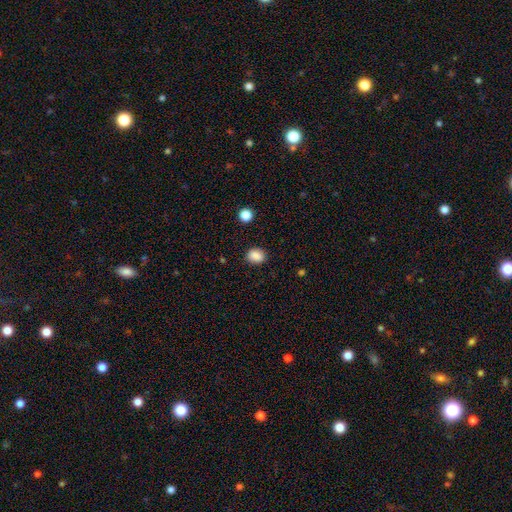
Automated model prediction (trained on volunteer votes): A smooth galaxy with no disk features (88%) that is in between round and cigar-shaped (52%).

Vote fractions:
- Smooth or featured? smooth: 88% / star or artifact: 9% / featured or disk: 3%
- How rounded? in between: 52% / round: 47% / cigar-shaped: 1%
- Merging? none: 85% / minor disturbance: 11% / major disturbance: 3% / merger: 1%